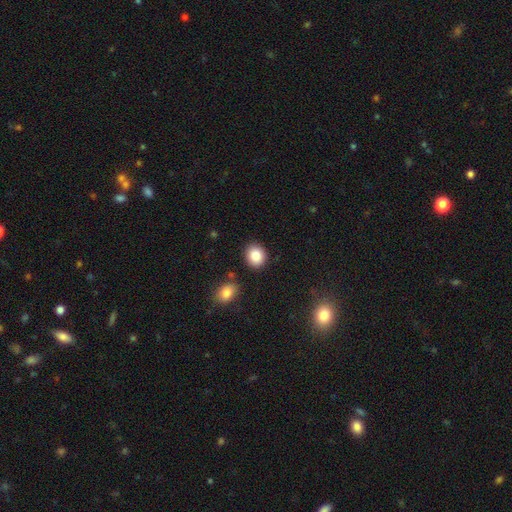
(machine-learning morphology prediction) smooth 87%, star or artifact 8%, featured or disk 5%. Down the decision tree: how rounded — round (68%); merging — none (85%).